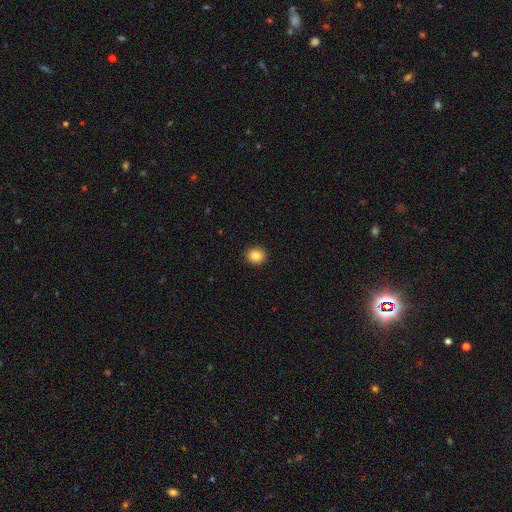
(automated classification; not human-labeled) smooth_or_featured: smooth (p=0.86) [alt: star or artifact p=0.10]
how_rounded: round (p=0.80) [alt: in between p=0.19]
merging: none (p=0.92) [alt: minor disturbance p=0.05]